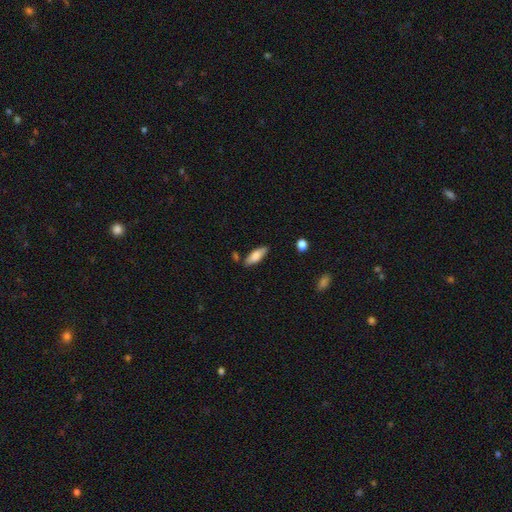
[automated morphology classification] Smooth or featured? smooth (76%)
How rounded? in between (64%)
Merging? none (80%)